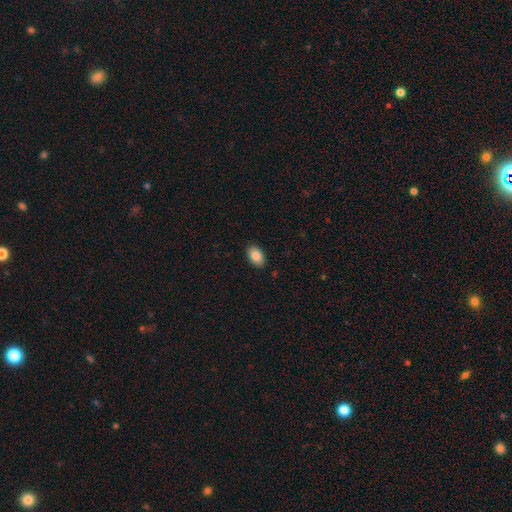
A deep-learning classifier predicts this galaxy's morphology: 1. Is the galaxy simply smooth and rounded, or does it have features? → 88% smooth, 7% star or artifact, 5% featured or disk.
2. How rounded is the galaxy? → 92% in between, 7% round, 1% cigar-shaped.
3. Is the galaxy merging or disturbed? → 89% none, 8% minor disturbance, 2% major disturbance, 1% merger.